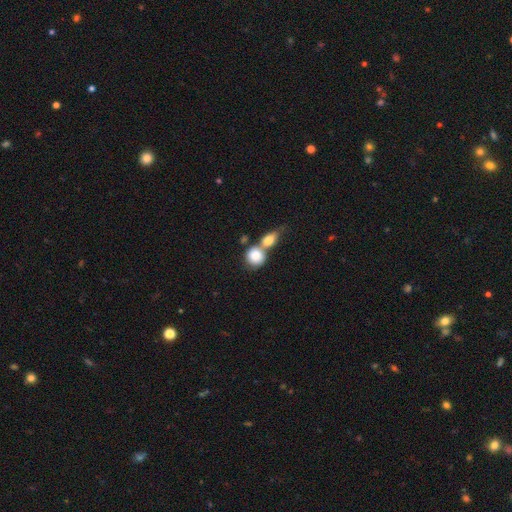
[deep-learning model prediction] The model was most divided on "merging": merger: 61%, none: 27%, minor disturbance: 8%, major disturbance: 5%. More confident: smooth or featured — smooth (82%); how rounded — round (74%).